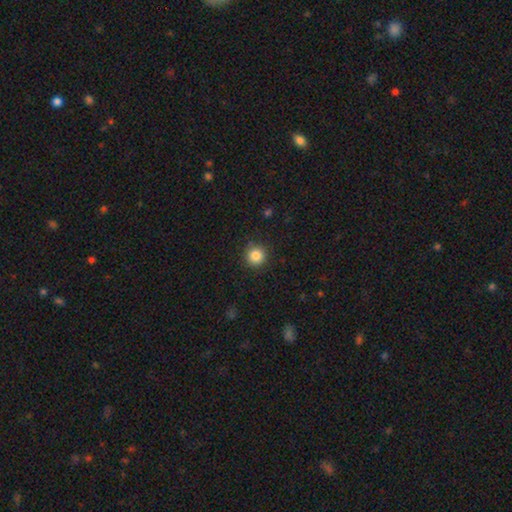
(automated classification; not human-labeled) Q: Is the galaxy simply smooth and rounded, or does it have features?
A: smooth — 85%.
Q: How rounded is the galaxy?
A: round — 95%.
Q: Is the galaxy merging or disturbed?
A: none — 90%.